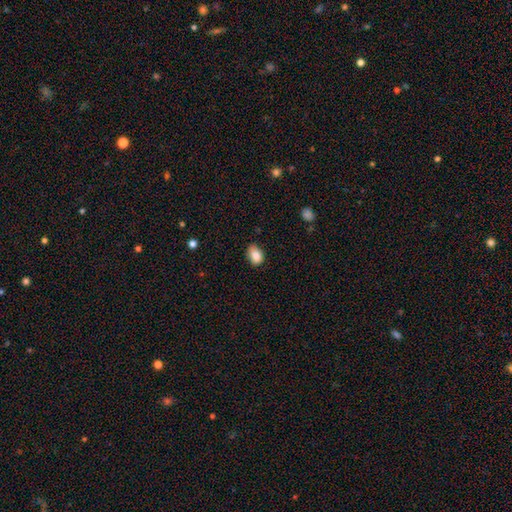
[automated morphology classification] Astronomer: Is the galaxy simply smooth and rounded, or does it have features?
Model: smooth — 87%.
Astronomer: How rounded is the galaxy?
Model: in between — 81%.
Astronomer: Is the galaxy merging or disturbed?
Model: none — 73%.